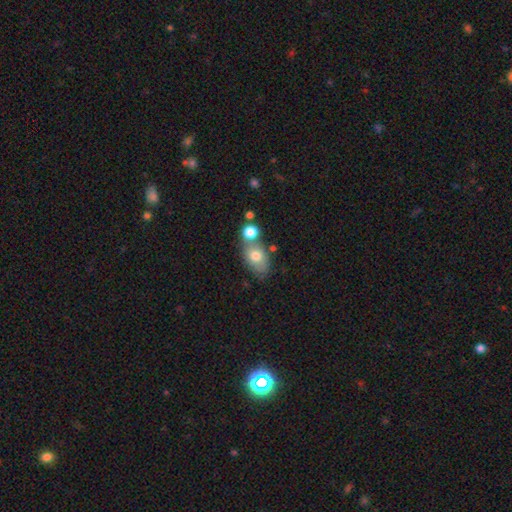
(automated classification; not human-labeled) Smooth or featured? smooth (73%)
How rounded? in between (82%)
Merging? none (45%)